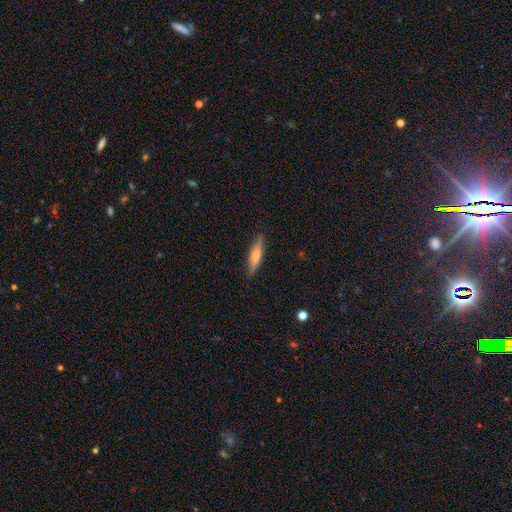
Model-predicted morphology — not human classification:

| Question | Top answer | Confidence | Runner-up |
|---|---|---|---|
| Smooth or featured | smooth | 55% | featured or disk (39%) |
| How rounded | cigar-shaped | 77% | in between (21%) |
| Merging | none | 87% | minor disturbance (10%) |